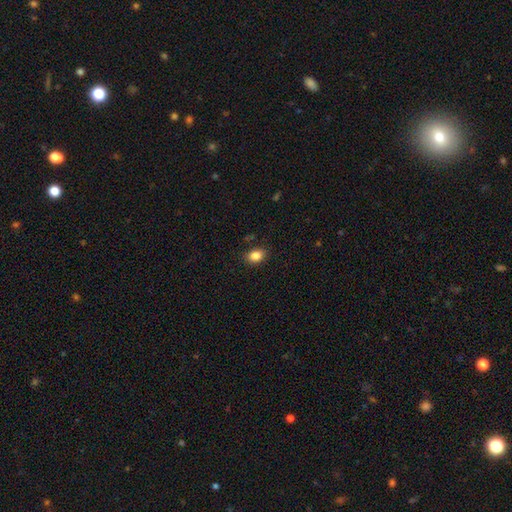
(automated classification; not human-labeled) This is clearly a smooth galaxy (85%). How rounded: likely in between (69%). Merging: clearly none (86%).